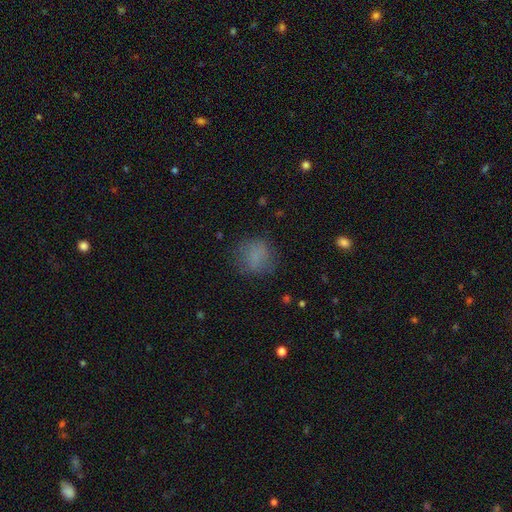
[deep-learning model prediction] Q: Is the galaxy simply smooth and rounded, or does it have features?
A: smooth — 77%.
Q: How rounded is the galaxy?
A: round — 76%.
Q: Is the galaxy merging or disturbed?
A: none — 74%.